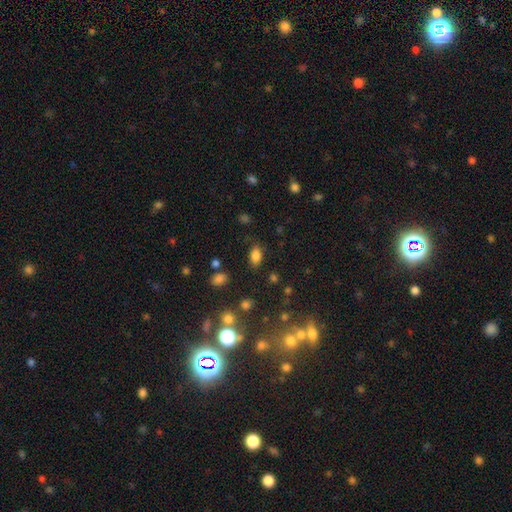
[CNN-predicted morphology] Smooth or featured: smooth — 82% (star or artifact — 12%)
How rounded: in between — 89% (round — 8%)
Merging: none — 80% (minor disturbance — 13%)